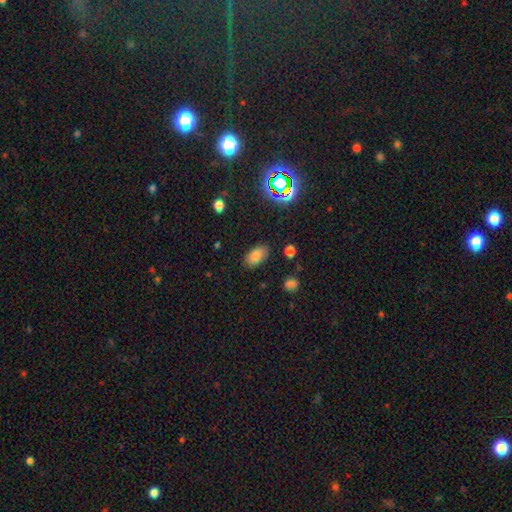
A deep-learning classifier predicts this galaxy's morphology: Smooth or featured: smooth — 80% (star or artifact — 12%)
How rounded: in between — 93% (round — 5%)
Merging: none — 85% (minor disturbance — 11%)